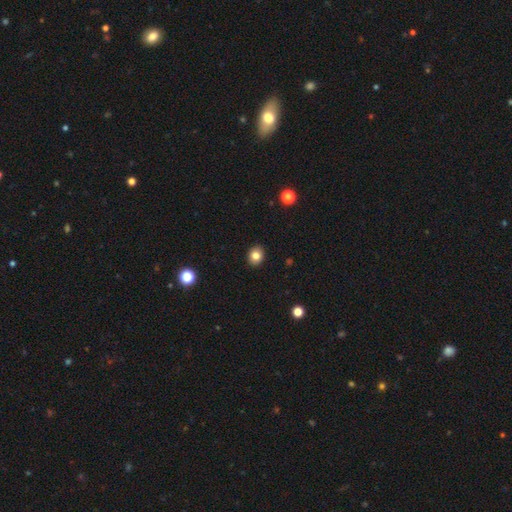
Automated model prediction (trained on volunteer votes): This is clearly a smooth galaxy (82%). How rounded: possibly round (57%). Merging: clearly none (91%).